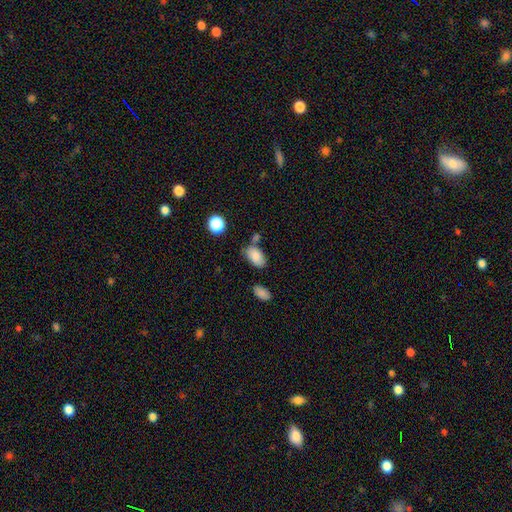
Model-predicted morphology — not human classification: smooth-or-featured: smooth: 84% | star or artifact: 9% | featured or disk: 8%
  how-rounded: in between: 91% | round: 7% | cigar-shaped: 2%
  merging: none: 61% | minor disturbance: 20% | merger: 14% | major disturbance: 6%